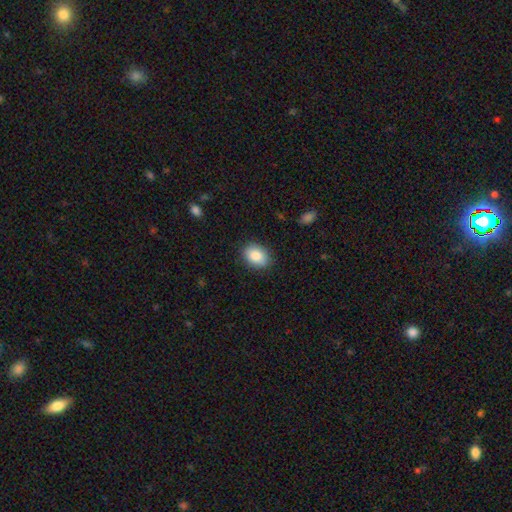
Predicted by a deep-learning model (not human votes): The model was most divided on "how rounded": in between: 70%, round: 29%, cigar-shaped: 1%. More confident: merging — none (86%); smooth or featured — smooth (85%).